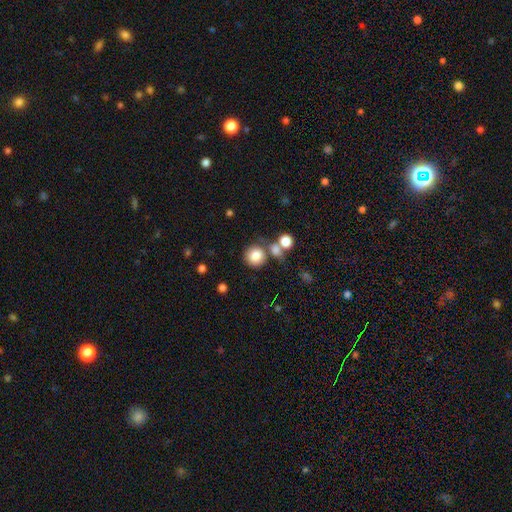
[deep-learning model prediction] Smooth or featured: smooth — 82% (star or artifact — 10%)
How rounded: round — 88% (in between — 11%)
Merging: none — 63% (merger — 21%)